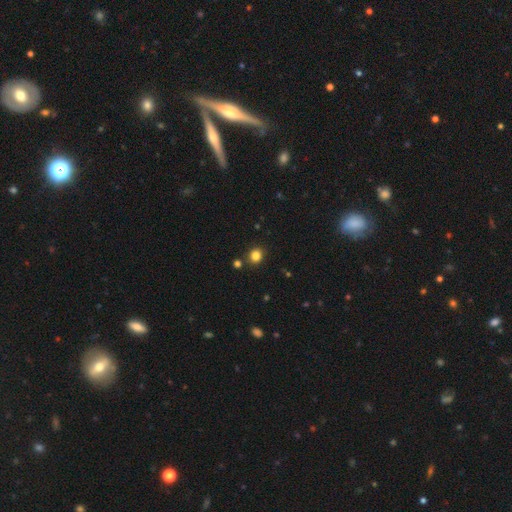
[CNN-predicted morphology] Smooth or featured: smooth — 83% (star or artifact — 13%)
How rounded: round — 79% (in between — 20%)
Merging: none — 85% (minor disturbance — 8%)